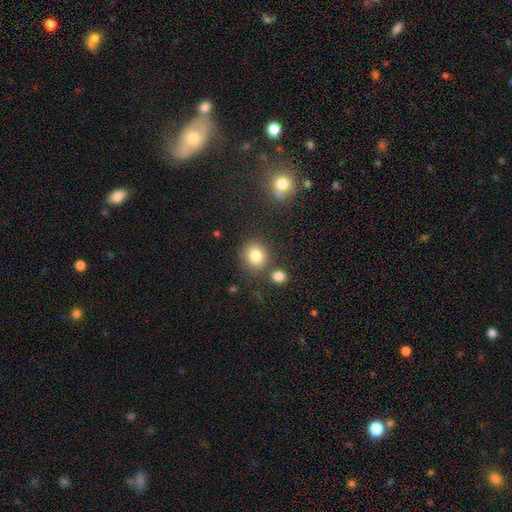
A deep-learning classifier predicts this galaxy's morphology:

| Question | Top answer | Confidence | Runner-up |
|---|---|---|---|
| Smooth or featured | smooth | 81% | star or artifact (11%) |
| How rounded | round | 76% | in between (23%) |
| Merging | none | 76% | minor disturbance (10%) |